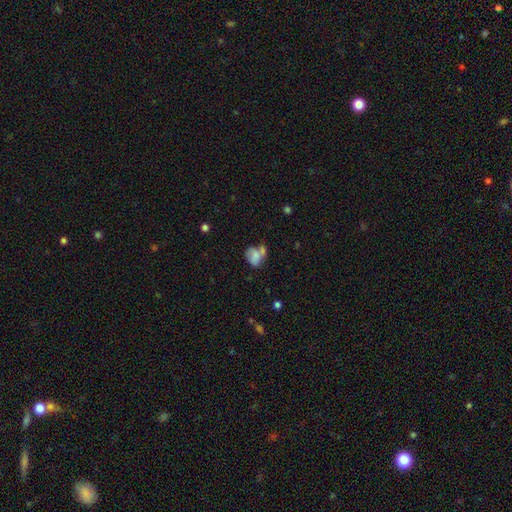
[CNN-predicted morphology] The model was most divided on "merging": merger: 38%, none: 29%, minor disturbance: 21%, major disturbance: 12%. More confident: smooth or featured — smooth (64%); how rounded — in between (57%).